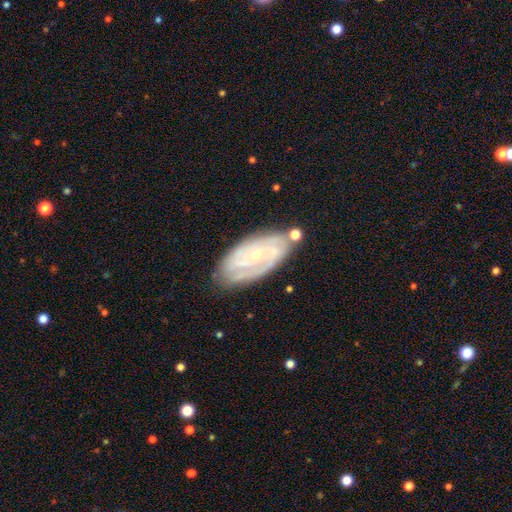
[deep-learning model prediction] Smooth or featured? featured or disk (77%)
Edge-on disk? no (93%)
Bar? no (68%)
Spiral arms? yes (91%)
Spiral winding? tight (68%)
Spiral arm count? can't tell (37%)
Bulge size? small (78%)
Merging? none (73%)